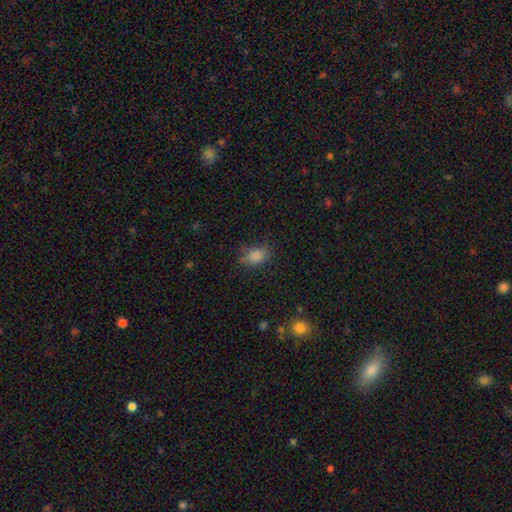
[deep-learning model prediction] Smooth or featured? Predicted: smooth (p=0.80). How rounded? Predicted: in between (p=0.74). Merging? Predicted: none (p=0.65).